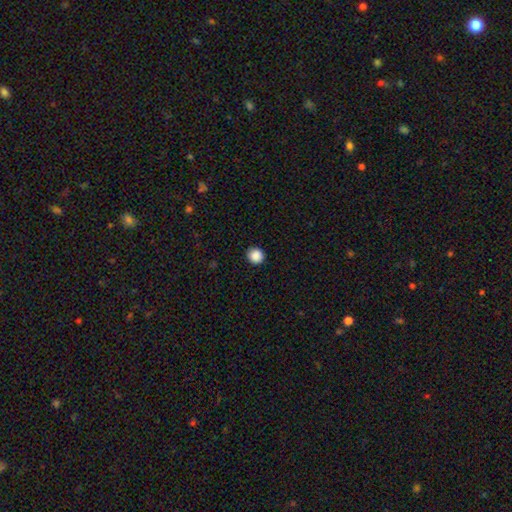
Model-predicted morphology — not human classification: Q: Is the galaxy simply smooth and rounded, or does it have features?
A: smooth — 88%.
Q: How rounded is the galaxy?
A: round — 93%.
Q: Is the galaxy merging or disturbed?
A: none — 93%.